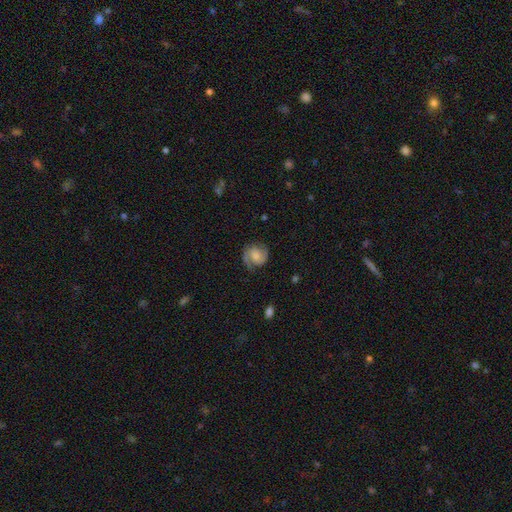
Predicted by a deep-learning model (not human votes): Smooth or featured? featured or disk (79%)
Edge-on disk? no (98%)
Bar? no (57%)
Spiral arms? yes (97%)
Spiral winding? medium (49%)
Spiral arm count? 2 (88%)
Bulge size? moderate (33%)
Merging? none (77%)